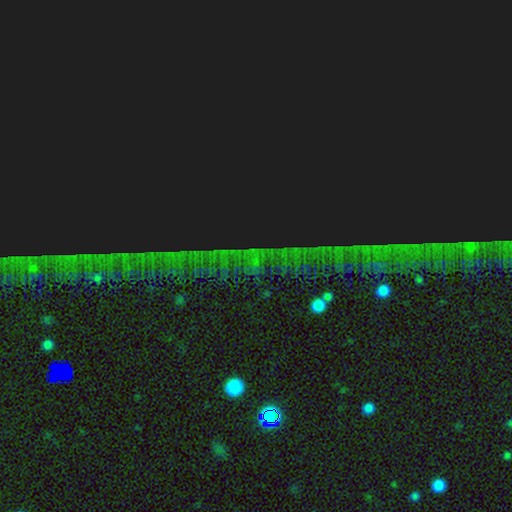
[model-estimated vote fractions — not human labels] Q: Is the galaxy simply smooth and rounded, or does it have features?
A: star or artifact — 84%.